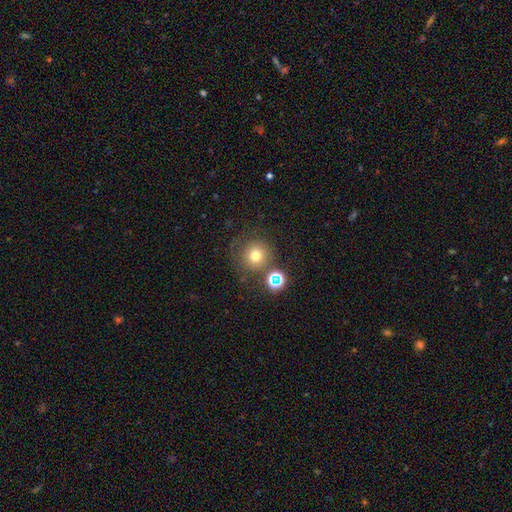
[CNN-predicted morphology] smooth_or_featured: smooth (p=0.71) [alt: star or artifact p=0.17]
how_rounded: round (p=0.93) [alt: in between p=0.06]
merging: none (p=0.69) [alt: minor disturbance p=0.13]